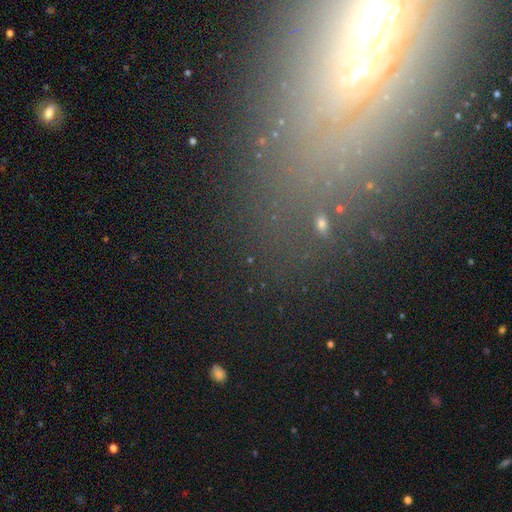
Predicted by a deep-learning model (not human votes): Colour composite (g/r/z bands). It shows a star or artifact, not a galaxy (40%).